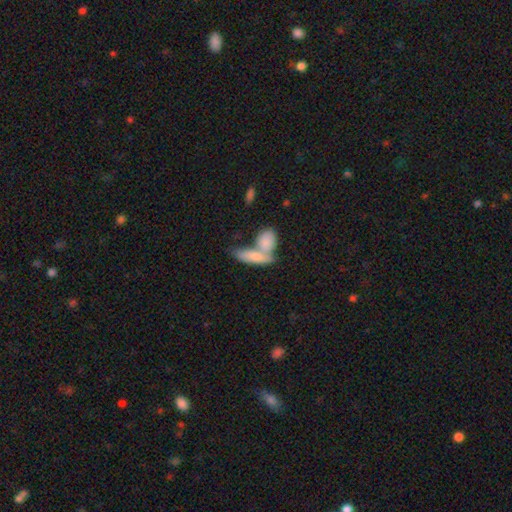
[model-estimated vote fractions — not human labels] Smooth or featured?
  - smooth: 74% *
  - featured or disk: 20%
  - star or artifact: 6%
How rounded?
  - in between: 62% *
  - cigar-shaped: 33%
  - round: 5%
Merging?
  - merger: 57% *
  - none: 28%
  - minor disturbance: 9%
  - major disturbance: 5%